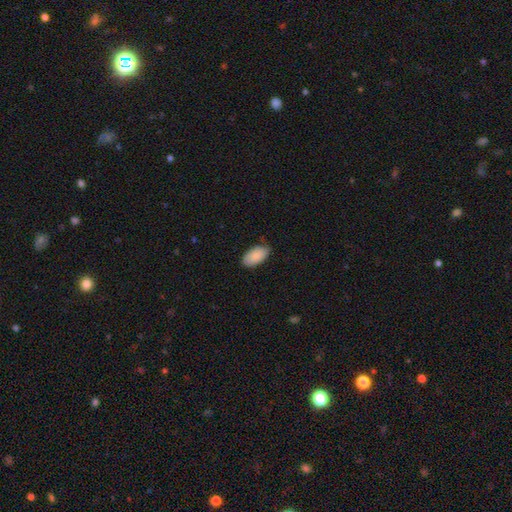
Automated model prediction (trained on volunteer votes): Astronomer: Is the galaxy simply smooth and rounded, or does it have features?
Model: smooth — 88%.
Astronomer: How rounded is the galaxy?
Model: in between — 96%.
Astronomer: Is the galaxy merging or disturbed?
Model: none — 82%.